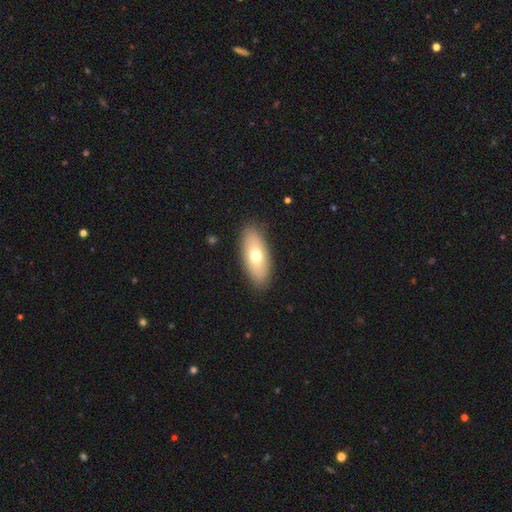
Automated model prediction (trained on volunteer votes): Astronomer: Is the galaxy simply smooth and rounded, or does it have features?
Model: smooth — 68%.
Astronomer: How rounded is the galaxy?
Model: in between — 83%.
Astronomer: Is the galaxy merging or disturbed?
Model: none — 87%.